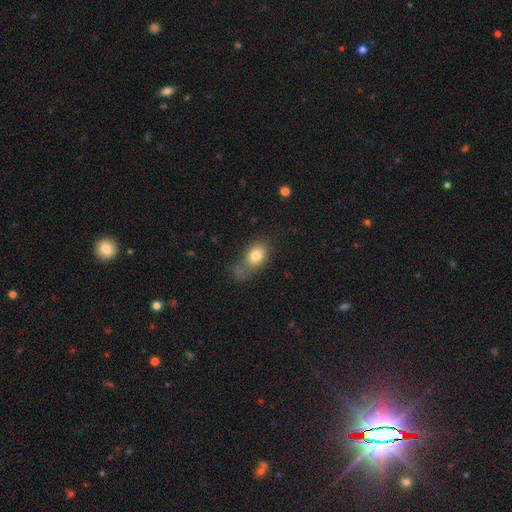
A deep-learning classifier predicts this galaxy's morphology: type=smooth (80%); roundness=in between (76%); merging=none (41%).